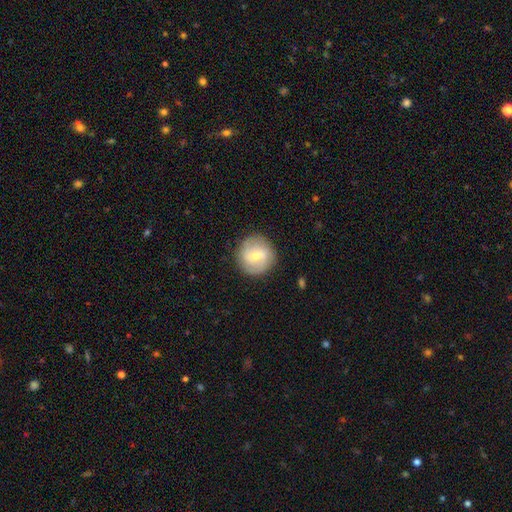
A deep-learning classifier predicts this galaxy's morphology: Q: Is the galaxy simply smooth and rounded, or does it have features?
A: featured or disk — 49%.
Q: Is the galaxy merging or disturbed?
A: none — 86%.